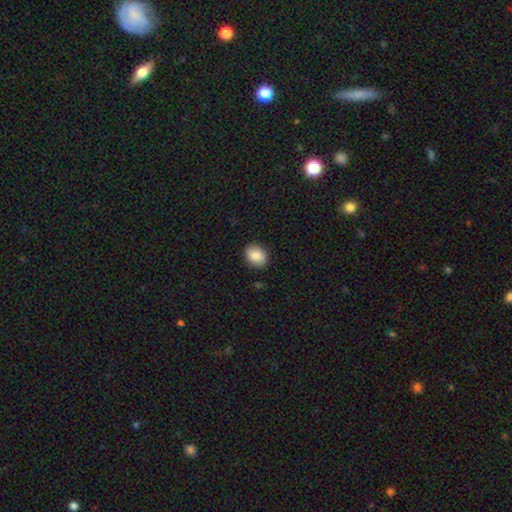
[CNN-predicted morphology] Smooth or featured: smooth — 85% (star or artifact — 8%)
How rounded: in between — 60% (round — 38%)
Merging: none — 88% (minor disturbance — 9%)